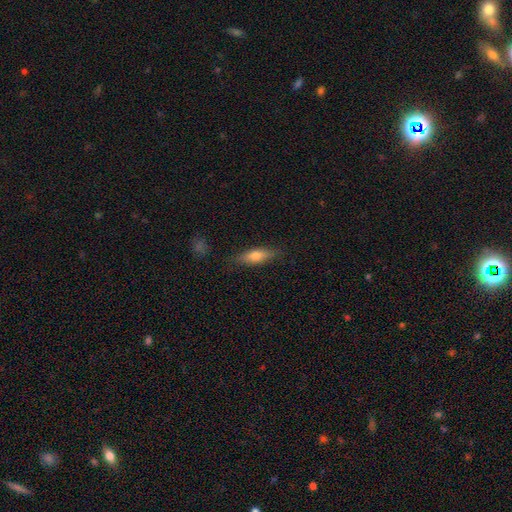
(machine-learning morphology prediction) This appears to be a smooth galaxy with no disk features (63%) that is cigar-shaped (61%). Merging: none (84%).